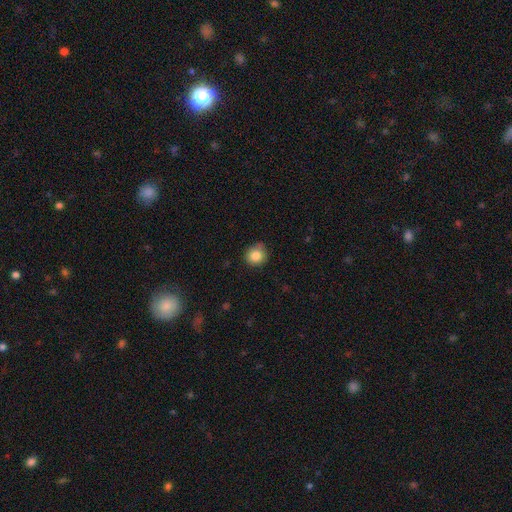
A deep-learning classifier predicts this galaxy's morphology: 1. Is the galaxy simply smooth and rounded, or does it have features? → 83% smooth, 10% star or artifact, 7% featured or disk.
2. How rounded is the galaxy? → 90% round, 9% in between, 1% cigar-shaped.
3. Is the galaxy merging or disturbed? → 80% none, 16% minor disturbance, 3% major disturbance, 1% merger.